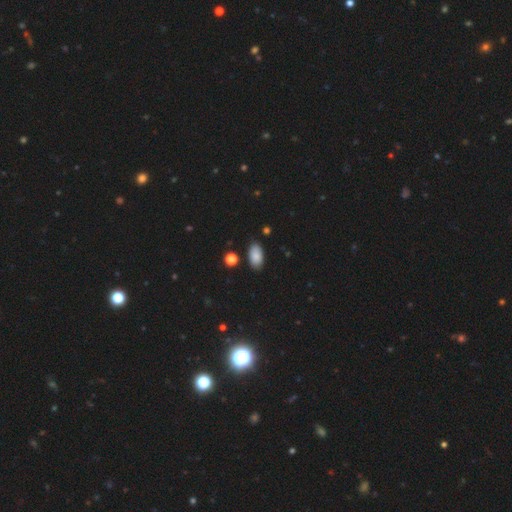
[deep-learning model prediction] This appears to be a smooth galaxy with no disk features (86%) that is in between round and cigar-shaped (94%). Merging: none (85%).